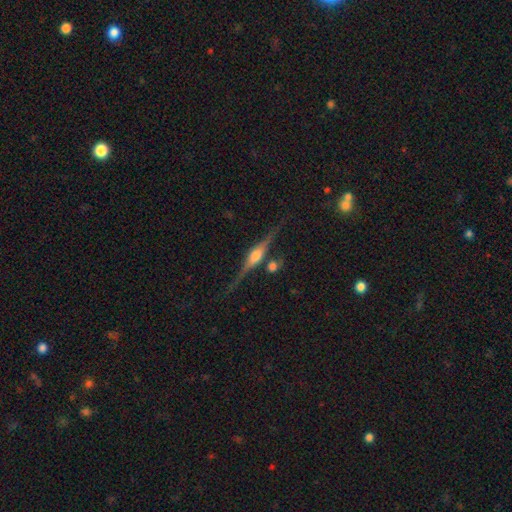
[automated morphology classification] smooth_or_featured: featured or disk (p=0.85) [alt: smooth p=0.09]
disk_edge_on: yes (p=0.97) [alt: no p=0.03]
edge_on_bulge: rounded (p=0.83) [alt: boxy p=0.13]
merging: none (p=0.78) [alt: minor disturbance p=0.12]